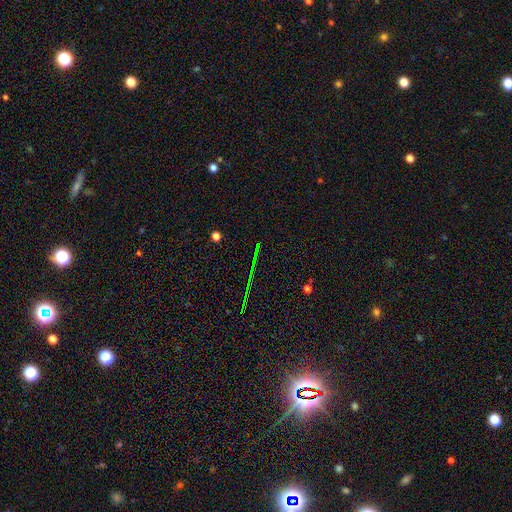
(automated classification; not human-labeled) Smooth or featured? star or artifact (77%)